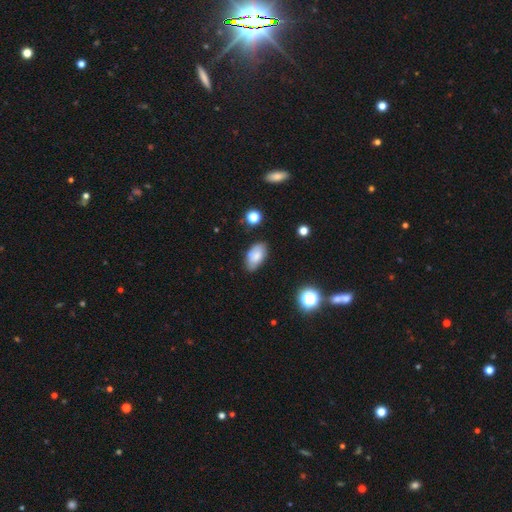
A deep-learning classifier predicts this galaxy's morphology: A smooth galaxy with no disk features (75%) that is in between round and cigar-shaped (93%).

Vote fractions:
- Smooth or featured? smooth: 75% / featured or disk: 16% / star or artifact: 10%
- How rounded? in between: 93% / round: 4% / cigar-shaped: 3%
- Merging? none: 73% / minor disturbance: 20% / major disturbance: 4% / merger: 3%